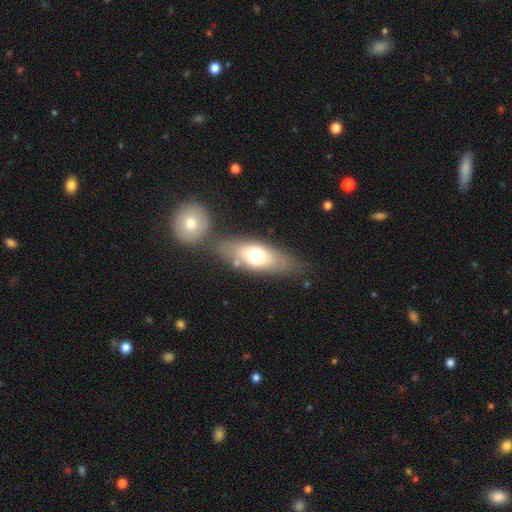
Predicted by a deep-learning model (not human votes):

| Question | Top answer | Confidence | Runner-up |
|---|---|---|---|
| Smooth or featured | smooth | 63% | featured or disk (29%) |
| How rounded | in between | 70% | cigar-shaped (24%) |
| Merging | none | 67% | merger (15%) |